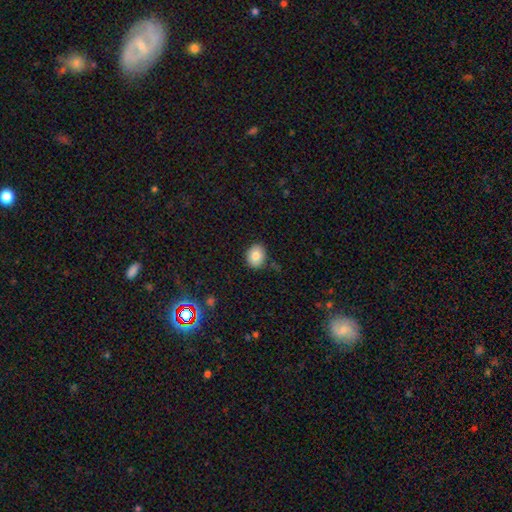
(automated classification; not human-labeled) Morphology: type=smooth (81%); roundness=round (54%); merging=none (87%).